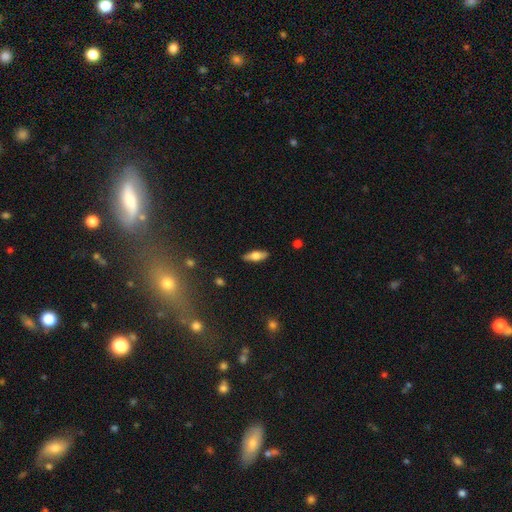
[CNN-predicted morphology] The model was most divided on "smooth or featured": smooth: 57%, featured or disk: 36%, star or artifact: 6%. More confident: merging — none (88%); how rounded — in between (66%).